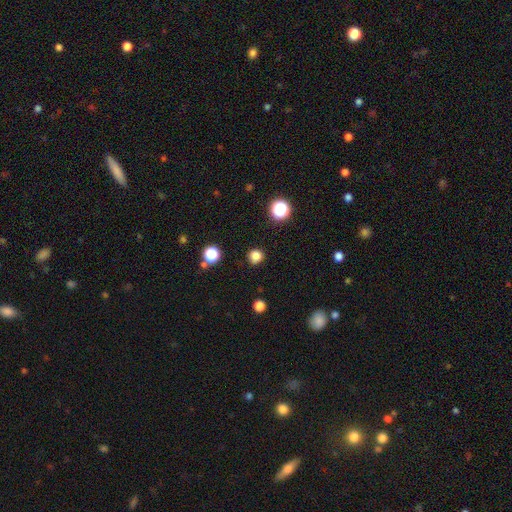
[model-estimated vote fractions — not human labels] This is clearly a smooth galaxy (82%). How rounded: clearly round (88%). Merging: clearly none (87%).